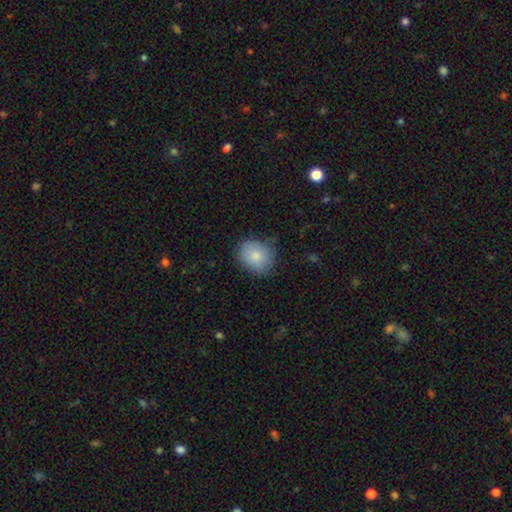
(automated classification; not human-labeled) This is clearly a smooth galaxy (82%). How rounded: likely round (64%). Merging: likely none (73%).